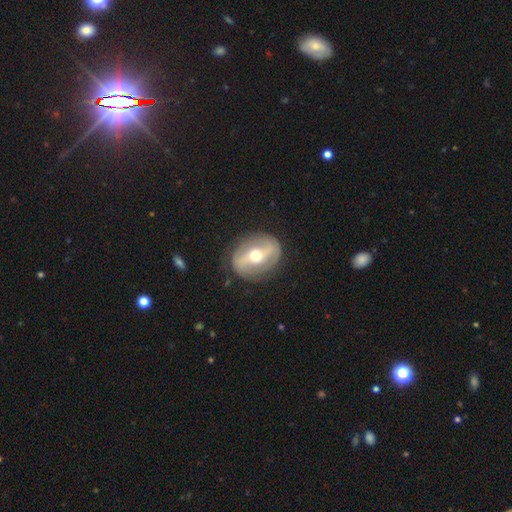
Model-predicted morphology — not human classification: Smooth or featured: featured or disk — 70% (smooth — 24%)
Edge-on disk: no — 91% (yes — 9%)
Bar: strong — 56% (weak — 27%)
Spiral arms: yes — 53% (no — 47%)
Bulge size: moderate — 76% (small — 13%)
Merging: none — 82% (minor disturbance — 12%)